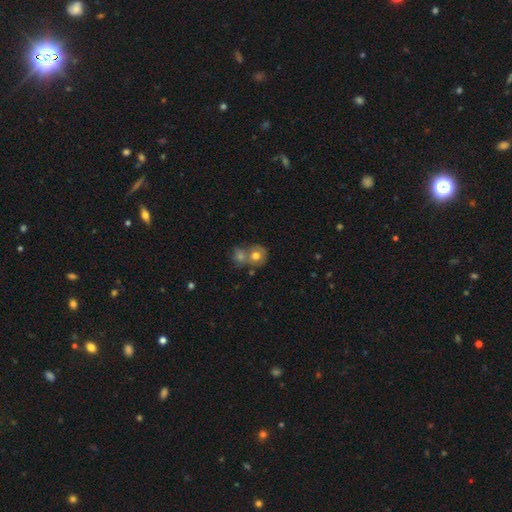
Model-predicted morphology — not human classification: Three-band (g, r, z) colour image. It shows a smooth galaxy with no disk features (68%) that is round (75%). Merging: merger (53%).